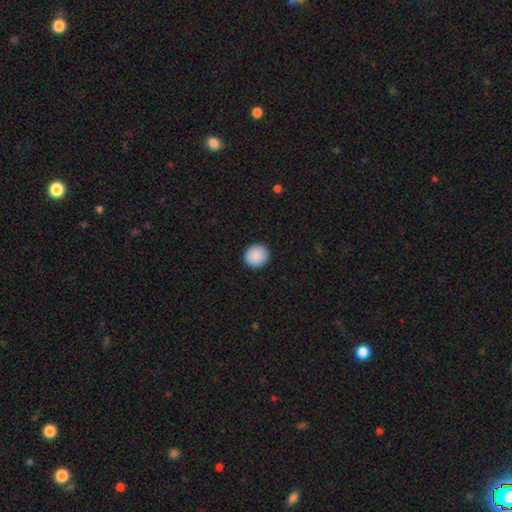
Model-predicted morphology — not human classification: Smooth or featured? Predicted: smooth (p=0.90). How rounded? Predicted: round (p=0.88). Merging? Predicted: none (p=0.92).